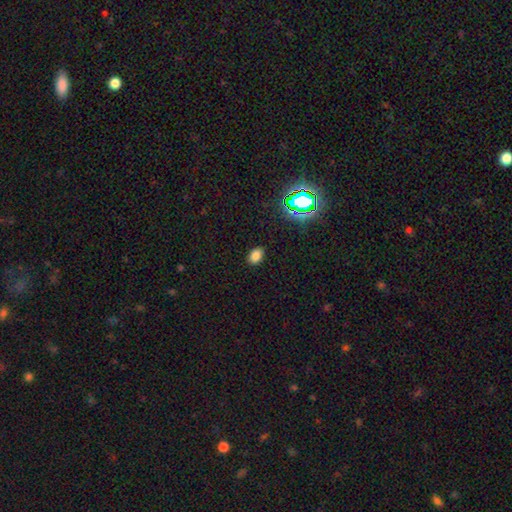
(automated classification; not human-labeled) Morphology: type=smooth (77%); roundness=in between (82%); merging=none (88%).